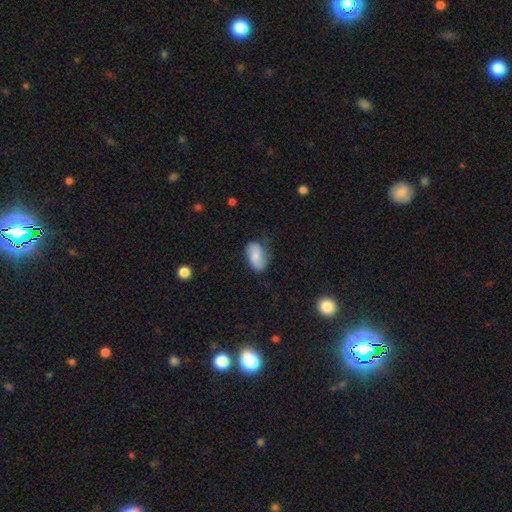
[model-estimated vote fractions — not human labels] This is likely a smooth galaxy (61%). How rounded: clearly in between (91%). Merging: likely none (63%).